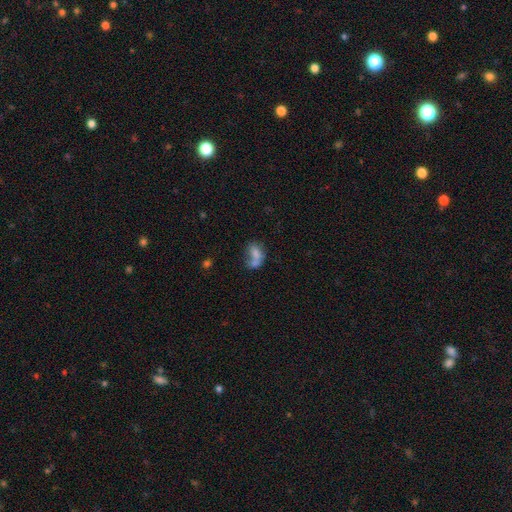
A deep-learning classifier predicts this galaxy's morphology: smooth-or-featured: smooth: 66% | featured or disk: 23% | star or artifact: 12%
  how-rounded: in between: 80% | round: 16% | cigar-shaped: 4%
  merging: merger: 48% | none: 23% | major disturbance: 15% | minor disturbance: 14%